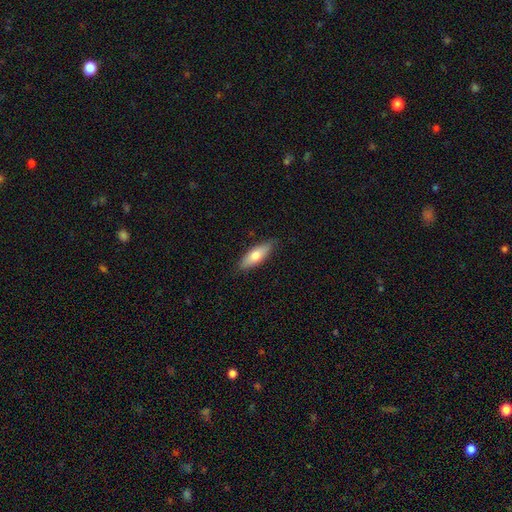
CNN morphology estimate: A smooth galaxy with no disk features (71%) that is in between round and cigar-shaped (61%). Merging: none (84%).